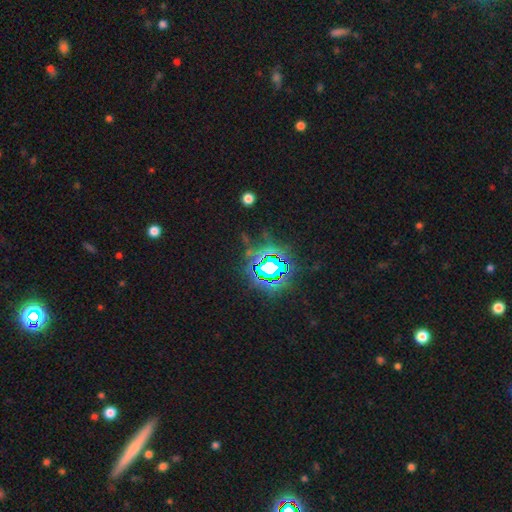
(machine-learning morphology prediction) The model was most divided on "smooth or featured": star or artifact: 81%, smooth: 11%, featured or disk: 8%.